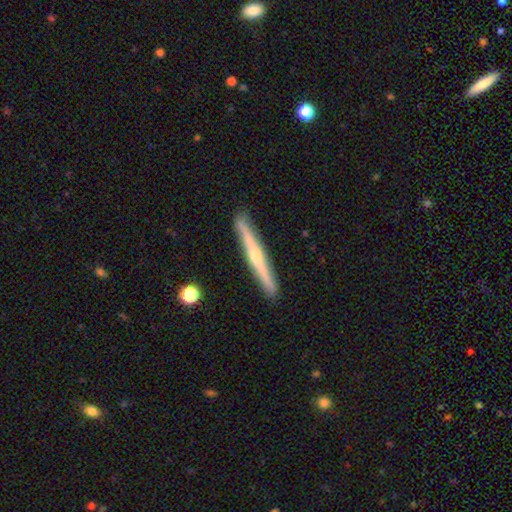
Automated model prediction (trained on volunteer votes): Smooth or featured: featured or disk — 68% (smooth — 27%)
Edge-on disk: yes — 97% (no — 3%)
Edge-on bulge: rounded — 80% (none — 15%)
Merging: none — 90% (minor disturbance — 7%)